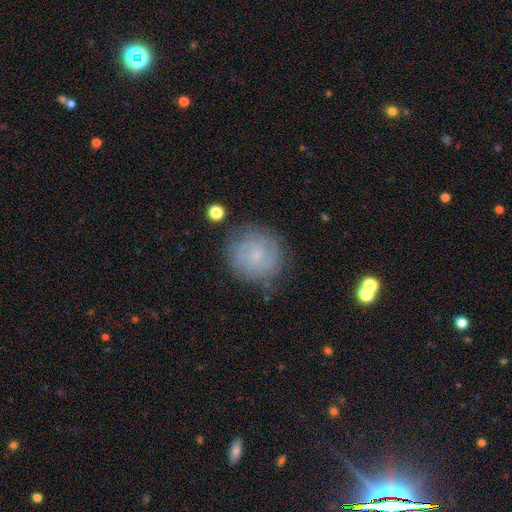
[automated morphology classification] This is possibly a featured or disk galaxy (53%). It is clearly not viewed edge-on (98%). Bar: likely no (70%). Spiral arm pattern: clearly yes (85%). Central bulge: likely small (70%). Merging: likely none (78%).